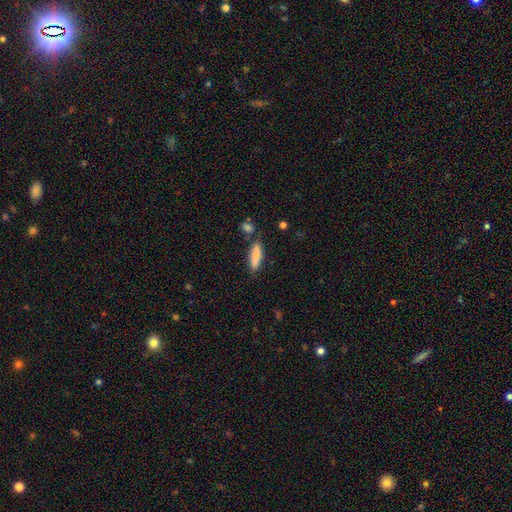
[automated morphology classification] Smooth or featured: smooth — 84% (featured or disk — 9%)
How rounded: cigar-shaped — 66% (in between — 32%)
Merging: none — 75% (minor disturbance — 14%)